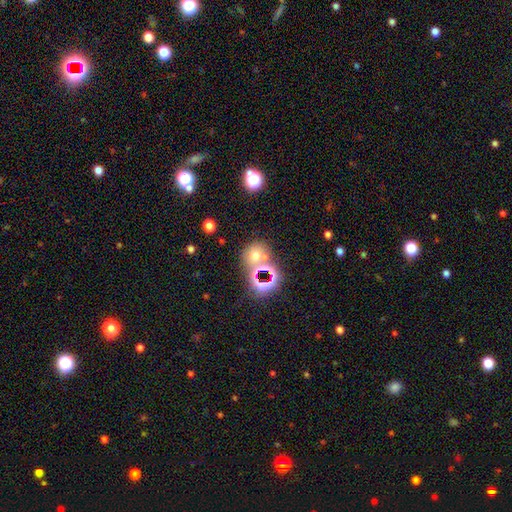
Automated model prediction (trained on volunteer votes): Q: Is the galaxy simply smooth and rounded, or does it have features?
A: smooth — 56%.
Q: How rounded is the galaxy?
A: round — 76%.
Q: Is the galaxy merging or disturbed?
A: none — 53%.